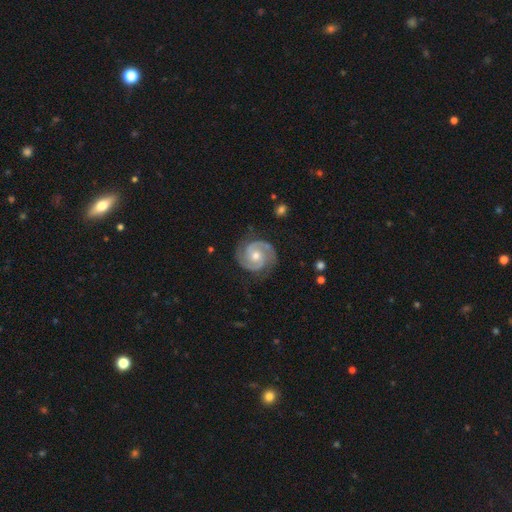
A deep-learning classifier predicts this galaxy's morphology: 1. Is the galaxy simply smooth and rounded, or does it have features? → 91% featured or disk, 5% smooth, 4% star or artifact.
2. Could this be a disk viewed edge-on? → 98% no, 2% yes.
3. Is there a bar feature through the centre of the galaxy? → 64% no, 29% weak, 7% strong.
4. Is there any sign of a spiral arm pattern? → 98% yes, 2% no.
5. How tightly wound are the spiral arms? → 53% tight, 41% medium, 6% loose.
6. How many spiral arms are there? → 91% 2, 3% 3, 2% can't tell, 1% 1, 1% 4, 1% more than 4.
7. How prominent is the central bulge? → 61% moderate, 35% small, 2% large, 1% none, 1% dominant.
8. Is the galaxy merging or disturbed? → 82% none, 13% minor disturbance, 4% major disturbance, 1% merger.